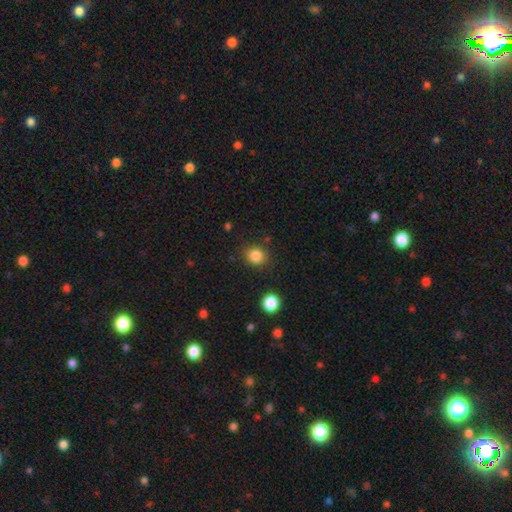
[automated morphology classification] Smooth or featured?
  - smooth: 84% *
  - star or artifact: 11%
  - featured or disk: 4%
How rounded?
  - round: 80% *
  - in between: 19%
  - cigar-shaped: 1%
Merging?
  - none: 83% *
  - minor disturbance: 10%
  - major disturbance: 4%
  - merger: 3%